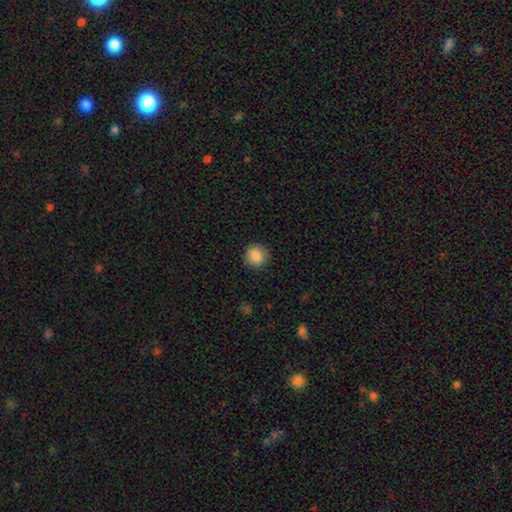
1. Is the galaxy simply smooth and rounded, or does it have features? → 97% smooth, 3% star or artifact, 0% featured or disk.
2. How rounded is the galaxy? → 97% round, 3% in between, 0% cigar-shaped.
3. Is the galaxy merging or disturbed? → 92% none, 6% minor disturbance, 3% major disturbance, 0% merger.